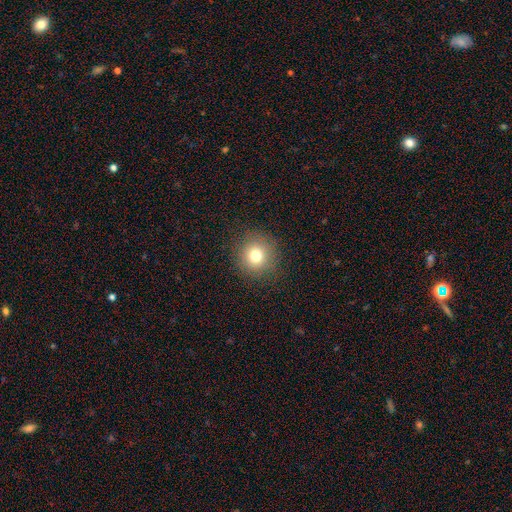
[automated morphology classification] A smooth galaxy with no disk features (76%) that is round (93%). Merging: none (88%).